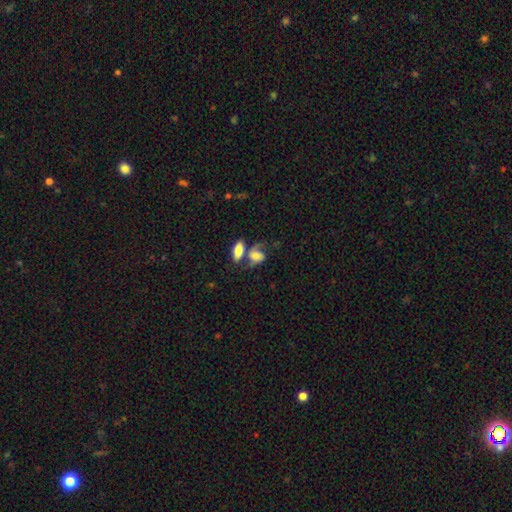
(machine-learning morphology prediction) type=smooth (61%); roundness=in between (80%); merging=merger (44%).